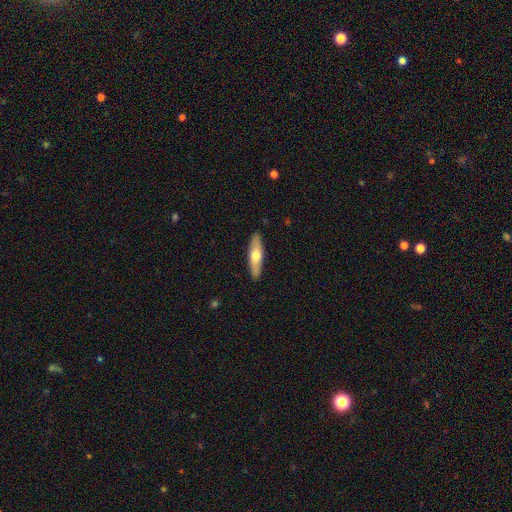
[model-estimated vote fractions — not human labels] Q: Smooth or featured?
A: smooth (56%); runner-up: featured or disk (39%)
Q: How rounded?
A: cigar-shaped (64%); runner-up: in between (34%)
Q: Merging?
A: none (89%); runner-up: minor disturbance (8%)